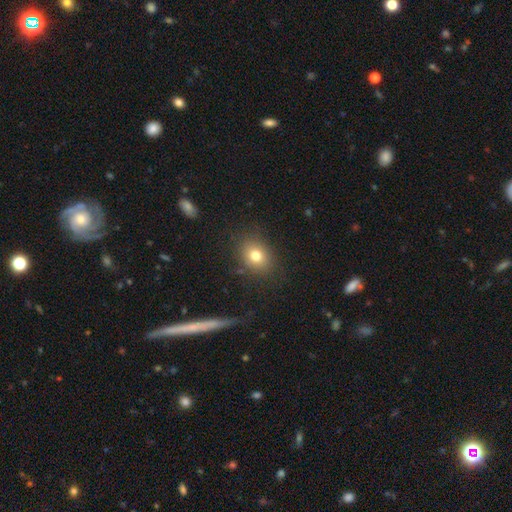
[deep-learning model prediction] Smooth or featured?
  - smooth: 77% *
  - star or artifact: 12%
  - featured or disk: 11%
How rounded?
  - in between: 50% *
  - round: 49%
  - cigar-shaped: 1%
Merging?
  - none: 82% *
  - minor disturbance: 11%
  - major disturbance: 5%
  - merger: 2%